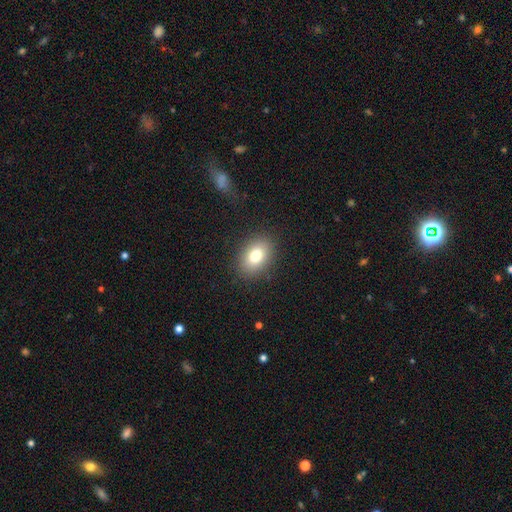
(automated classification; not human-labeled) Q: Smooth or featured?
A: smooth (80%); runner-up: featured or disk (10%)
Q: How rounded?
A: in between (79%); runner-up: round (19%)
Q: Merging?
A: none (87%); runner-up: minor disturbance (9%)